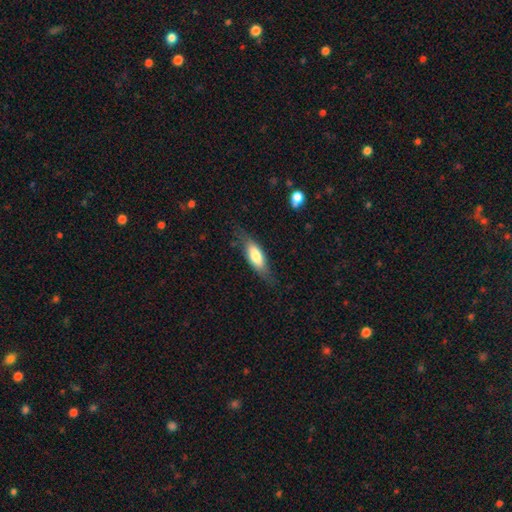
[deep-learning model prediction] Smooth or featured?
  - smooth: 64% *
  - featured or disk: 30%
  - star or artifact: 6%
How rounded?
  - in between: 61% *
  - cigar-shaped: 37%
  - round: 2%
Merging?
  - none: 69% *
  - minor disturbance: 22%
  - major disturbance: 7%
  - merger: 1%